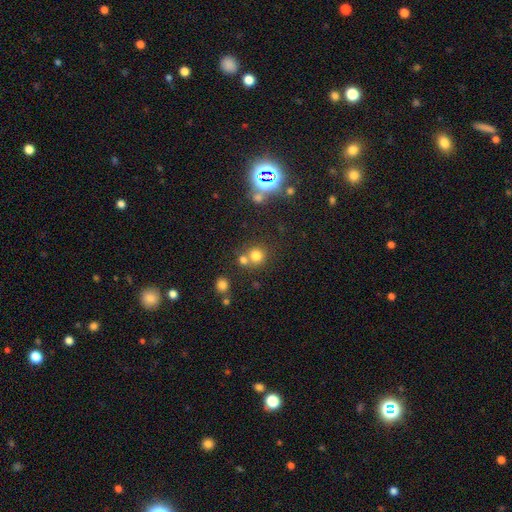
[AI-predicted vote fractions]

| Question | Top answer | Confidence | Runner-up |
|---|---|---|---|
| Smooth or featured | smooth | 73% | star or artifact (18%) |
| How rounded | round | 86% | in between (13%) |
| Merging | none | 57% | merger (31%) |